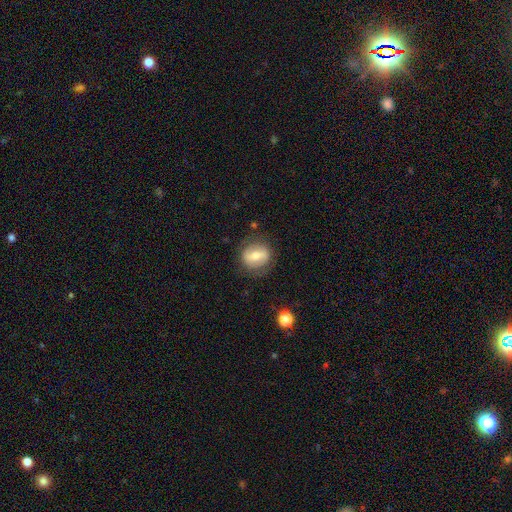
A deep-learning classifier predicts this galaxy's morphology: Q: Smooth or featured?
A: smooth (47%); runner-up: featured or disk (46%)
Q: Merging?
A: none (77%); runner-up: minor disturbance (15%)